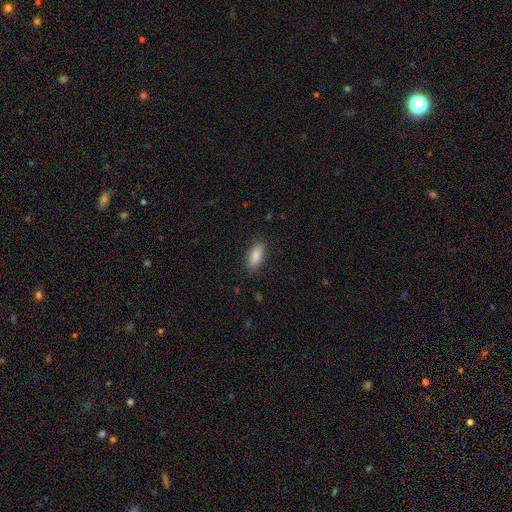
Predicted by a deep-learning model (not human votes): Q: Smooth or featured?
A: smooth (84%); runner-up: featured or disk (9%)
Q: How rounded?
A: in between (73%); runner-up: cigar-shaped (25%)
Q: Merging?
A: none (87%); runner-up: minor disturbance (10%)